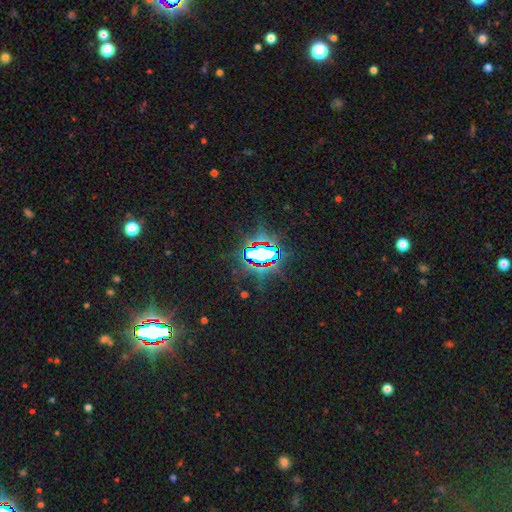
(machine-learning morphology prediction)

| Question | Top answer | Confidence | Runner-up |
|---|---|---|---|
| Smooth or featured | star or artifact | 76% | smooth (12%) |